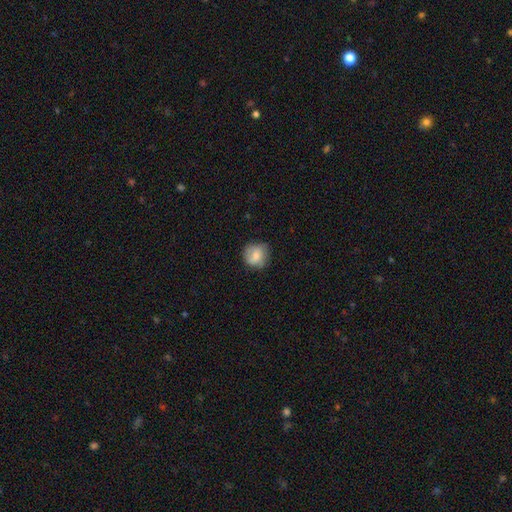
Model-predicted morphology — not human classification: smooth_or_featured: smooth (p=0.69) [alt: featured or disk p=0.23]
how_rounded: round (p=0.85) [alt: in between p=0.14]
merging: none (p=0.70) [alt: minor disturbance p=0.23]